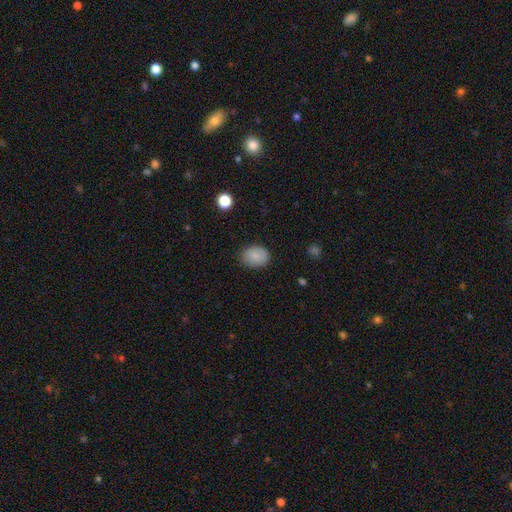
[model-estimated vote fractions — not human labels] The model was most divided on "how rounded": in between: 60%, round: 39%, cigar-shaped: 1%. More confident: smooth or featured — smooth (86%); merging — none (84%).